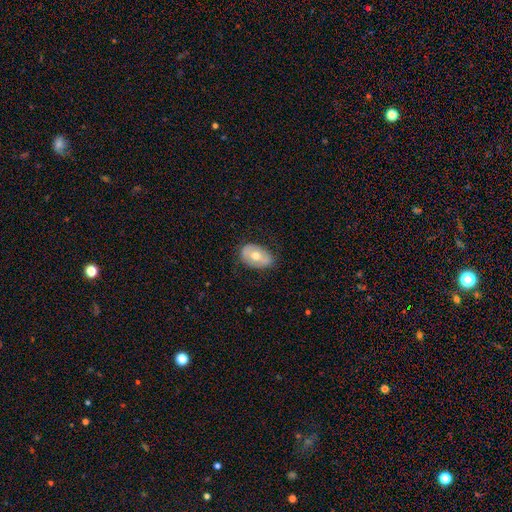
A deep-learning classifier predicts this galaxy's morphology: Overall: smooth (55%; featured or disk 38%). How rounded: in between (85%). Merging: none (75%).